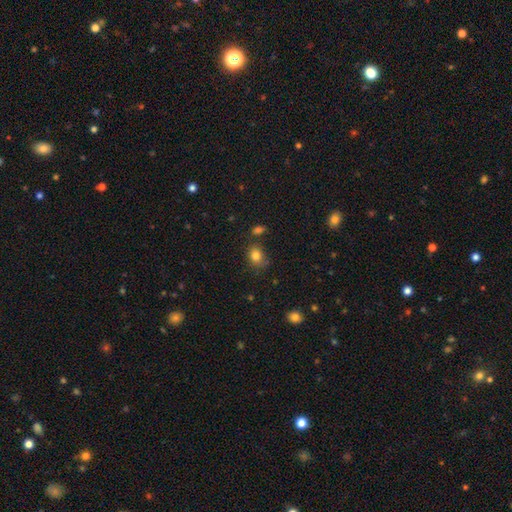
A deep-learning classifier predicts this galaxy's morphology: This appears to be a smooth galaxy with no disk features (82%) that is in between round and cigar-shaped (56%). Merging: none (66%).